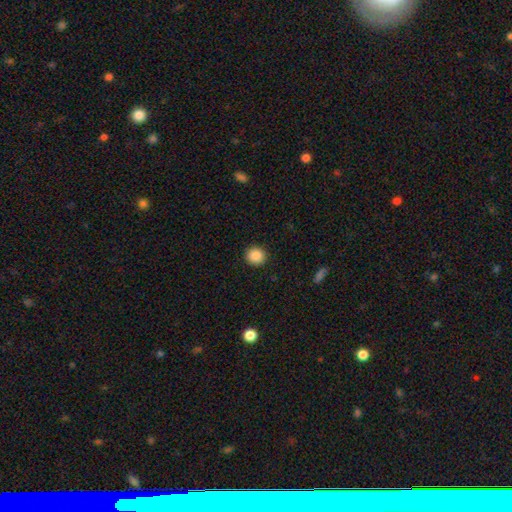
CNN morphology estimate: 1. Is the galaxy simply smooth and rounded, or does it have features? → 88% smooth, 9% star or artifact, 3% featured or disk.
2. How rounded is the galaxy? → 91% round, 8% in between, 1% cigar-shaped.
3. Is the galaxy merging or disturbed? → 91% none, 6% minor disturbance, 2% major disturbance, 1% merger.